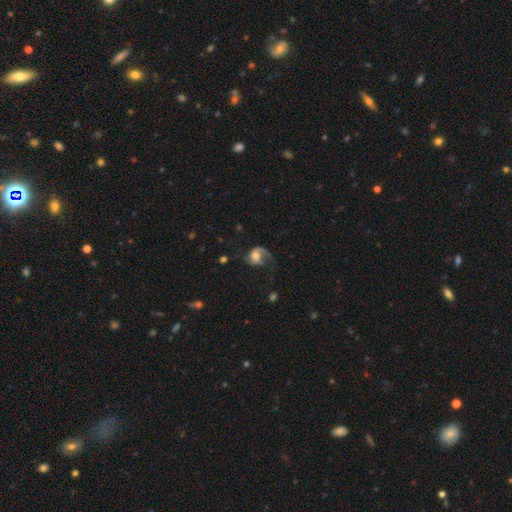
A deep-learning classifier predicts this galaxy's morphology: A featured or disk galaxy (71%) with no bar (57%), 2 (50%) loose (46%) spiral arms (91%) and a moderate central bulge (44%). Merging: none (43%).